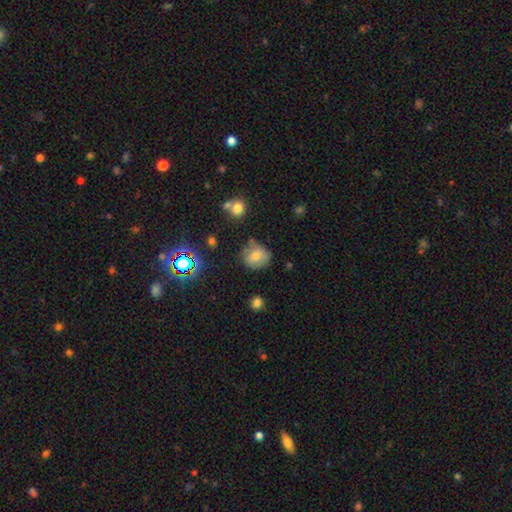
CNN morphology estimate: Smooth or featured? smooth (64%)
How rounded? round (75%)
Merging? none (63%)